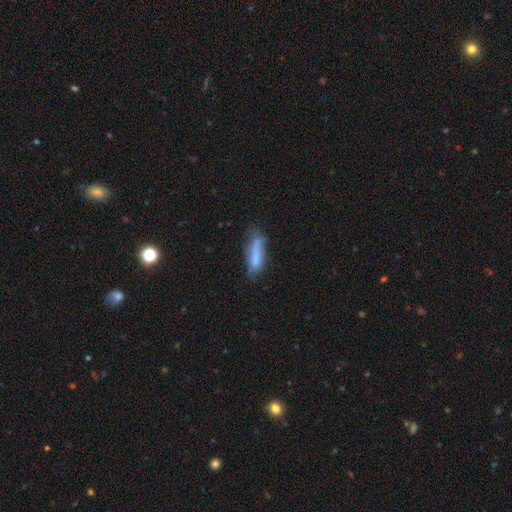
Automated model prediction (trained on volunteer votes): Smooth or featured?
  - smooth: 74% *
  - featured or disk: 18%
  - star or artifact: 8%
How rounded?
  - cigar-shaped: 67% *
  - in between: 31%
  - round: 2%
Merging?
  - none: 52% *
  - minor disturbance: 30%
  - major disturbance: 12%
  - merger: 6%